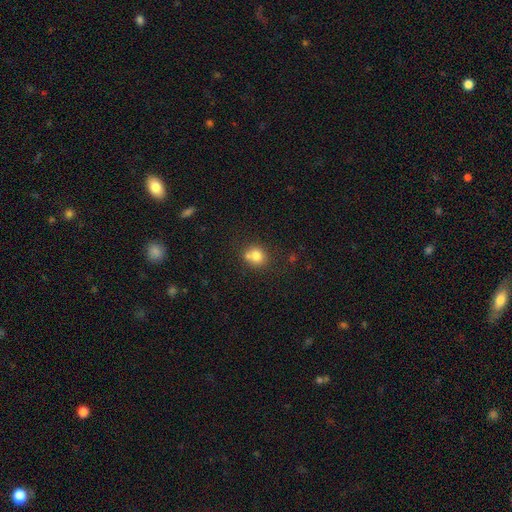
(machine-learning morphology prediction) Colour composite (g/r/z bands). It shows a smooth galaxy with no disk features (77%) that is round (77%). Merging: none (54%).